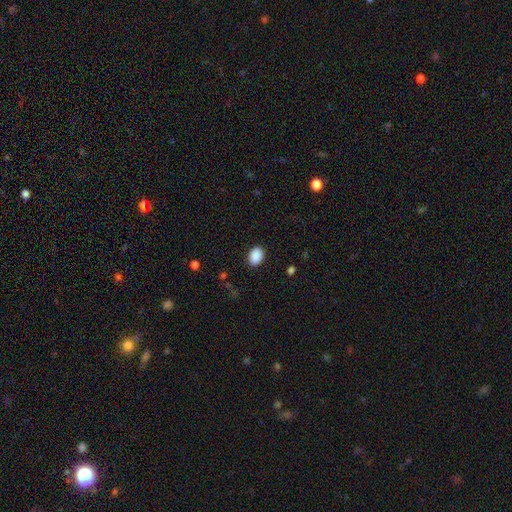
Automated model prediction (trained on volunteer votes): smooth_or_featured: smooth (p=0.90) [alt: star or artifact p=0.08]
how_rounded: in between (p=0.71) [alt: round p=0.28]
merging: none (p=0.89) [alt: minor disturbance p=0.08]